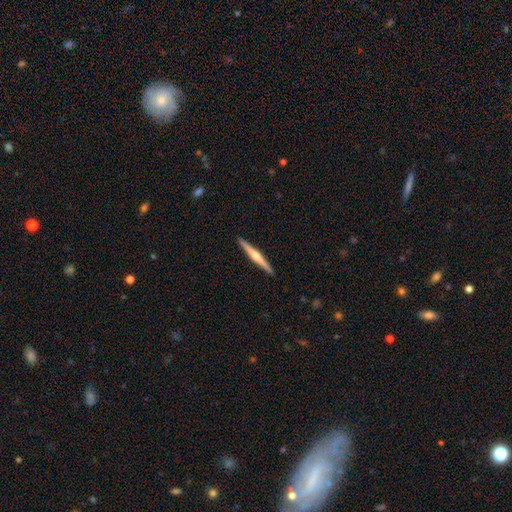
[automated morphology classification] smooth-or-featured: featured or disk: 66% | smooth: 29% | star or artifact: 5%
  disk-edge-on: yes: 98% | no: 2%
    edge-on-bulge: rounded: 78% | none: 13% | boxy: 9%
  merging: none: 92% | minor disturbance: 5% | major disturbance: 1% | merger: 1%